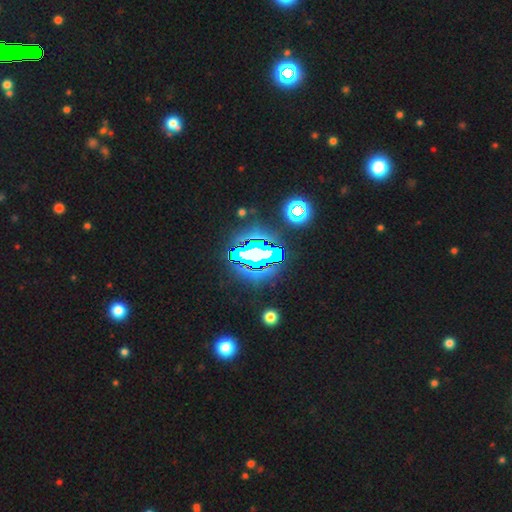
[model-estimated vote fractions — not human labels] Q: Smooth or featured?
A: star or artifact (72%); runner-up: featured or disk (16%)